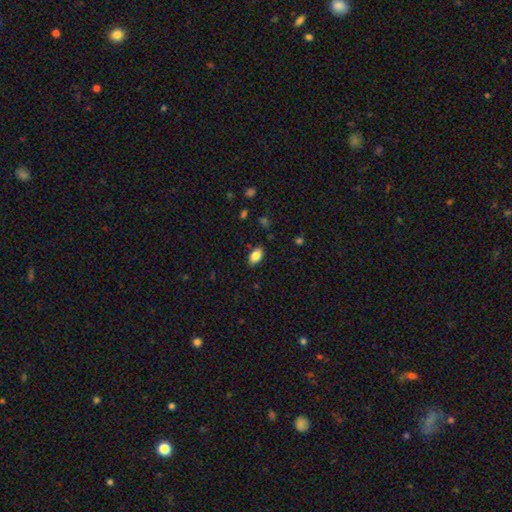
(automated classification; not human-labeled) Smooth or featured: smooth — 84% (star or artifact — 8%)
How rounded: in between — 92% (round — 5%)
Merging: none — 85% (minor disturbance — 11%)